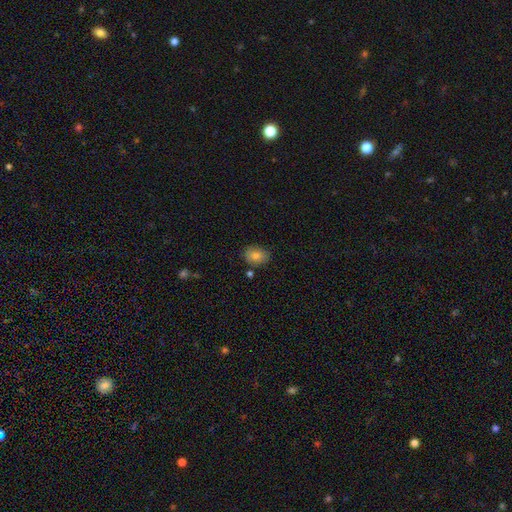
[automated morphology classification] Q: Smooth or featured?
A: smooth (79%); runner-up: featured or disk (11%)
Q: How rounded?
A: in between (58%); runner-up: round (41%)
Q: Merging?
A: none (77%); runner-up: minor disturbance (15%)